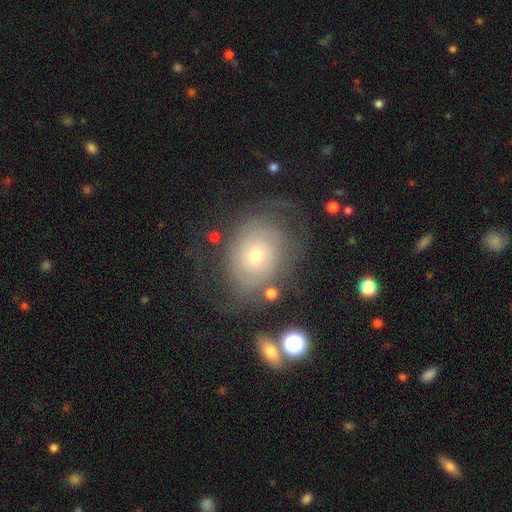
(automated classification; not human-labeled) A featured or disk galaxy (67%) with no bar (85%), spiral arms (78%) and a small central bulge (51%). Merging: none (61%).